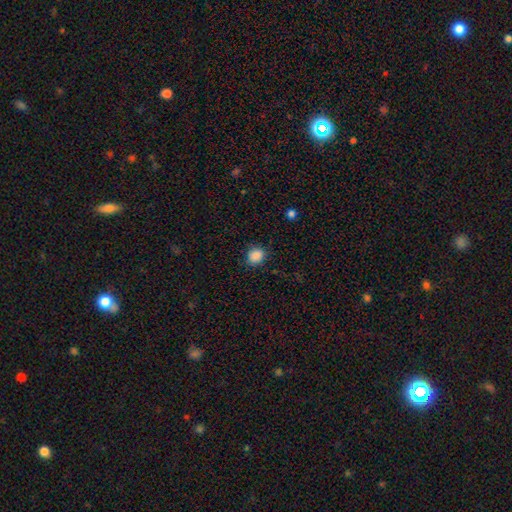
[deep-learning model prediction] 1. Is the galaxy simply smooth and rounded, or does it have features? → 87% smooth, 10% star or artifact, 3% featured or disk.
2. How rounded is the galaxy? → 72% round, 27% in between, 1% cigar-shaped.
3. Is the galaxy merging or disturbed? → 84% none, 11% minor disturbance, 3% major disturbance, 1% merger.